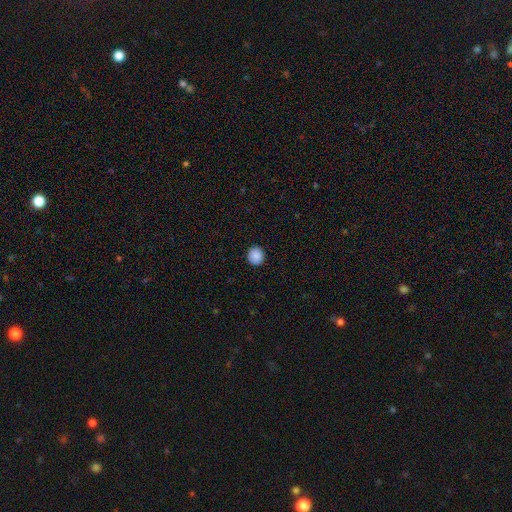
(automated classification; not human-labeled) Overall: smooth (88%). How rounded: round (91%). Merging: none (91%).